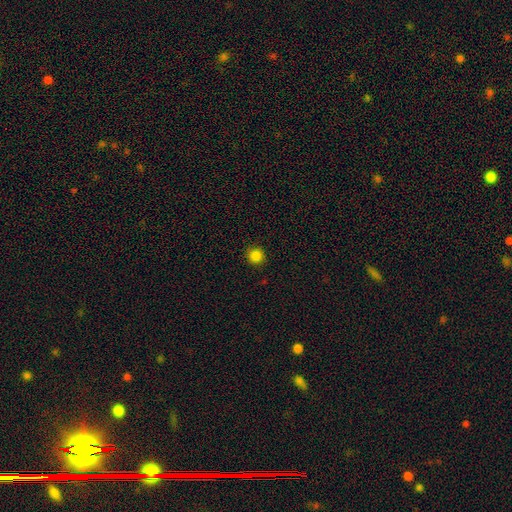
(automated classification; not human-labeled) Smooth or featured?
  - smooth: 84% *
  - star or artifact: 13%
  - featured or disk: 3%
How rounded?
  - round: 94% *
  - in between: 5%
  - cigar-shaped: 1%
Merging?
  - none: 92% *
  - minor disturbance: 5%
  - major disturbance: 2%
  - merger: 1%